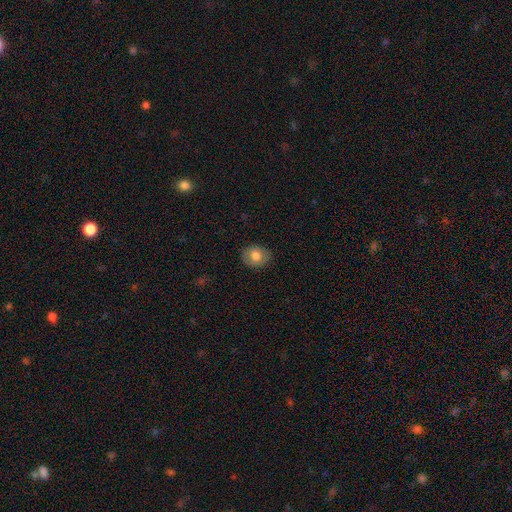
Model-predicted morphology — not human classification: smooth 77%, featured or disk 15%, star or artifact 8%. Down the decision tree: how rounded — round (54%); merging — none (86%).